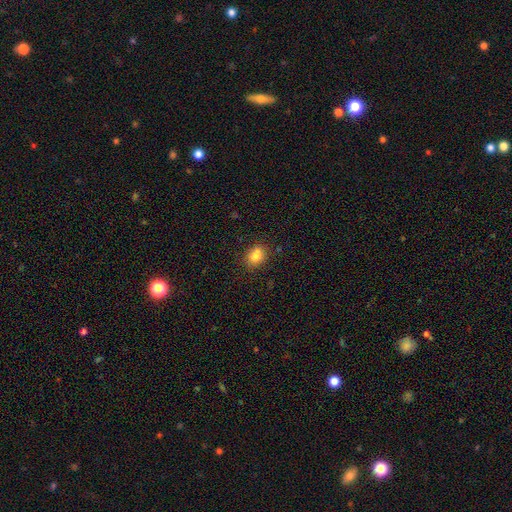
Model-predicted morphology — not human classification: Overall: smooth (81%). How rounded: in between (55%; round 44%). Merging: none (69%).